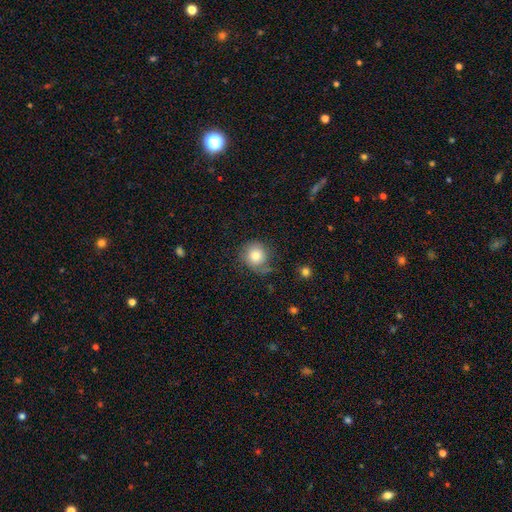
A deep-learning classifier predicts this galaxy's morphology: The model was most divided on "merging": none: 60%, minor disturbance: 25%, major disturbance: 11%, merger: 3%. More confident: how rounded — round (85%); smooth or featured — smooth (79%).